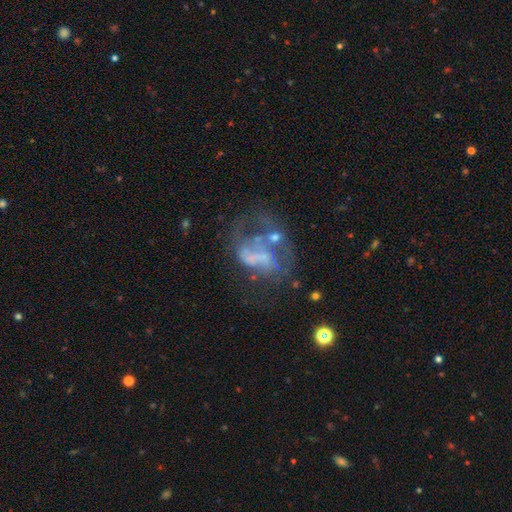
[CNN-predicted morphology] The model was most divided on "merging": major disturbance: 44%, none: 25%, merger: 15%, minor disturbance: 15%. More confident: edge-on disk — no (98%); bar — no (76%); spiral arms — no (72%); bulge size — none (67%); smooth or featured — featured or disk (65%).